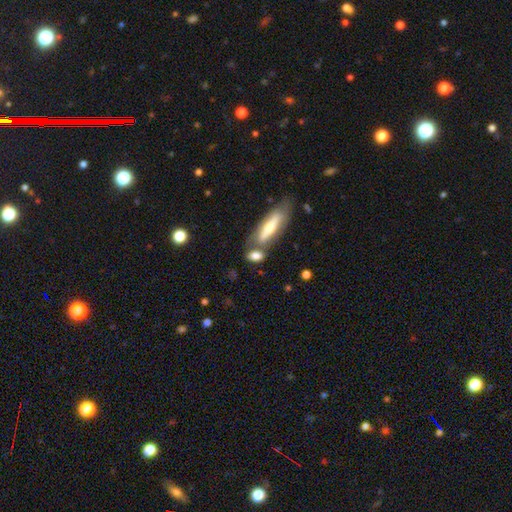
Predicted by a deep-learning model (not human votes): Smooth or featured?
  - smooth: 73% *
  - featured or disk: 20%
  - star or artifact: 7%
How rounded?
  - in between: 68% *
  - cigar-shaped: 23%
  - round: 9%
Merging?
  - none: 49% *
  - merger: 33%
  - minor disturbance: 14%
  - major disturbance: 5%